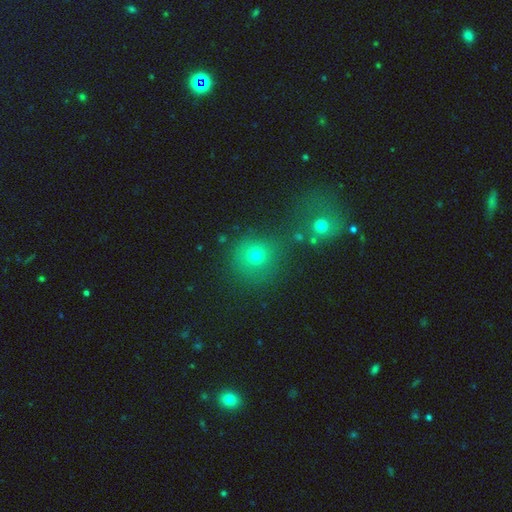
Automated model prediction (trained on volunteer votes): smooth_or_featured: smooth (p=0.70) [alt: star or artifact p=0.21]
how_rounded: round (p=0.89) [alt: in between p=0.10]
merging: none (p=0.67) [alt: merger p=0.16]